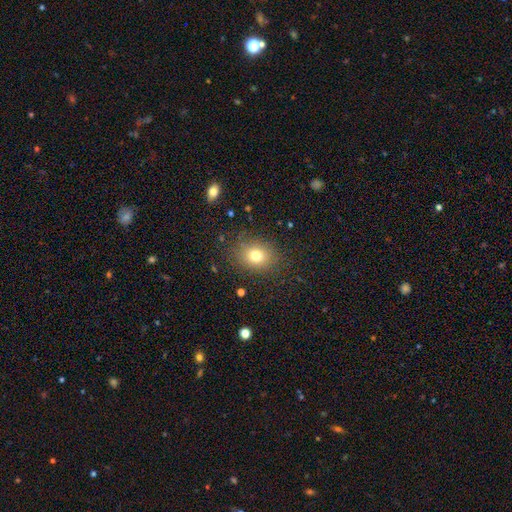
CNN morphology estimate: smooth-or-featured: smooth: 77% | star or artifact: 14% | featured or disk: 10%
  how-rounded: round: 56% | in between: 43% | cigar-shaped: 1%
  merging: none: 84% | minor disturbance: 10% | major disturbance: 4% | merger: 1%